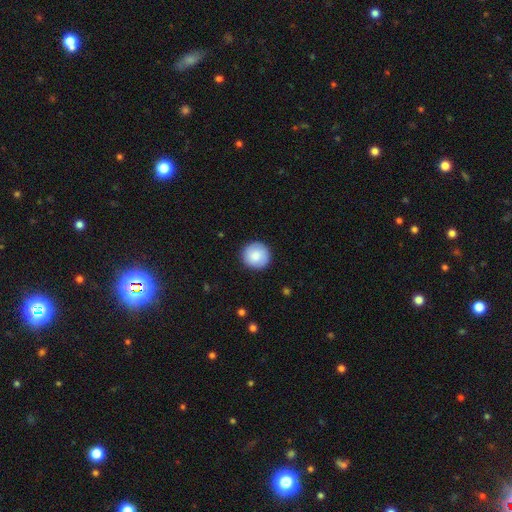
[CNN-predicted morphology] type=smooth (84%); roundness=round (95%); merging=none (91%).